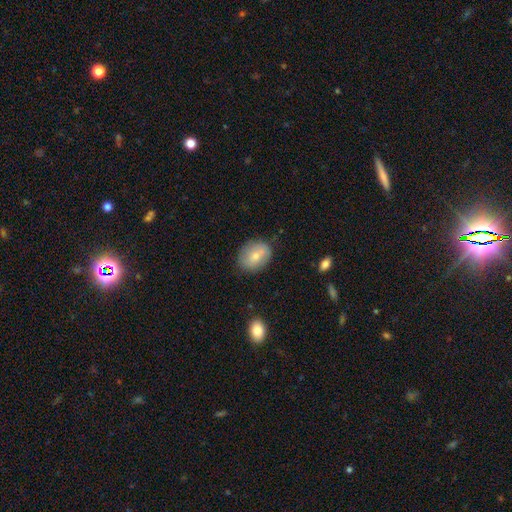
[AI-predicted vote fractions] Q: Smooth or featured?
A: smooth (67%); runner-up: featured or disk (25%)
Q: How rounded?
A: in between (57%); runner-up: round (42%)
Q: Merging?
A: none (78%); runner-up: minor disturbance (16%)